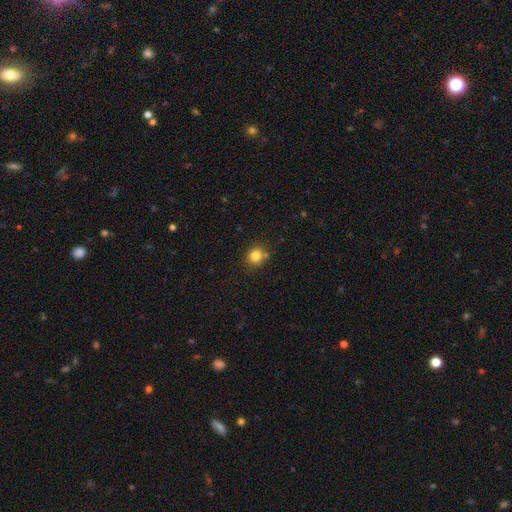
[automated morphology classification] Smooth or featured?
  - smooth: 82% *
  - star or artifact: 12%
  - featured or disk: 6%
How rounded?
  - round: 83% *
  - in between: 16%
  - cigar-shaped: 1%
Merging?
  - none: 78% *
  - minor disturbance: 11%
  - merger: 9%
  - major disturbance: 3%